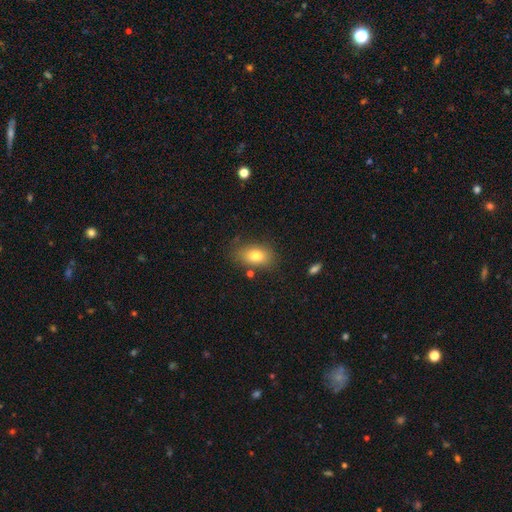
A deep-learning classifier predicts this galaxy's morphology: A smooth galaxy with no disk features (79%) that is in between round and cigar-shaped (84%). Merging: none (75%).